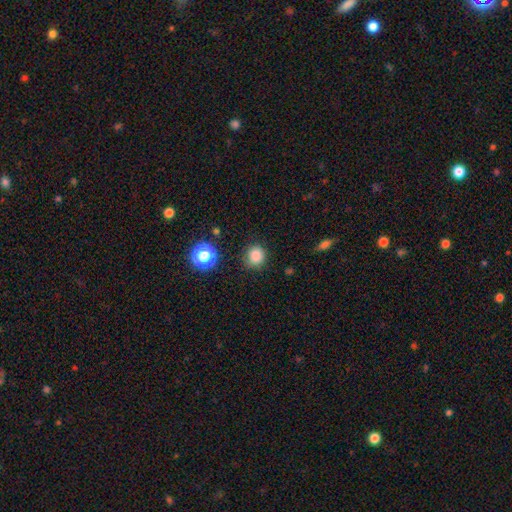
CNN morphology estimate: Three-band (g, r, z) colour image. It shows a smooth galaxy with no disk features (83%) that is round (88%). Merging: none (84%).